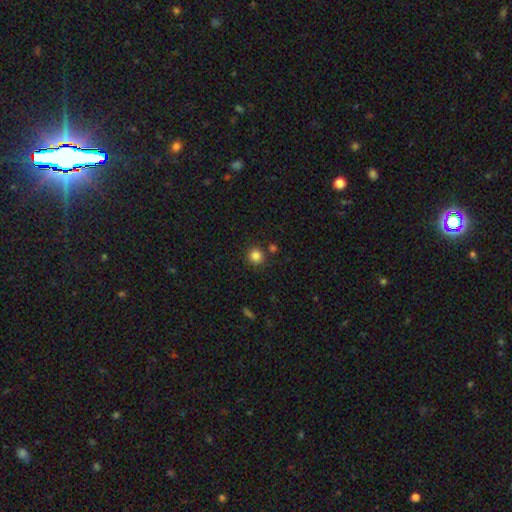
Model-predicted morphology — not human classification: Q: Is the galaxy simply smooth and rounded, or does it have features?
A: smooth — 84%.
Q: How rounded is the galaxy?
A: round — 92%.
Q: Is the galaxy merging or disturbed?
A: none — 86%.